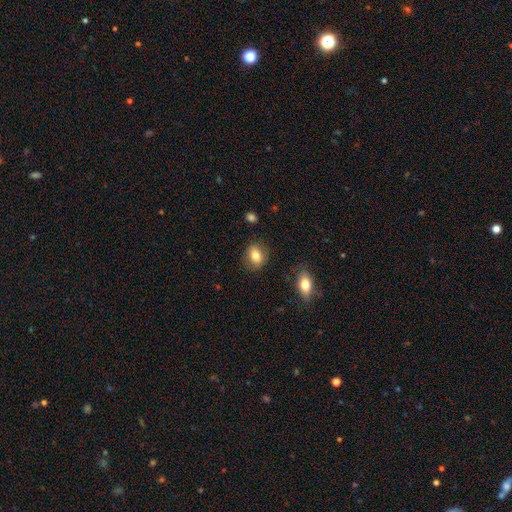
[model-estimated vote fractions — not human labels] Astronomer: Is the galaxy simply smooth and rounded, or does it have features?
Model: smooth — 79%.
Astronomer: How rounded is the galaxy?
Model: in between — 58% (runner-up: round, 40%).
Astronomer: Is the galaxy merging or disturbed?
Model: none — 82%.